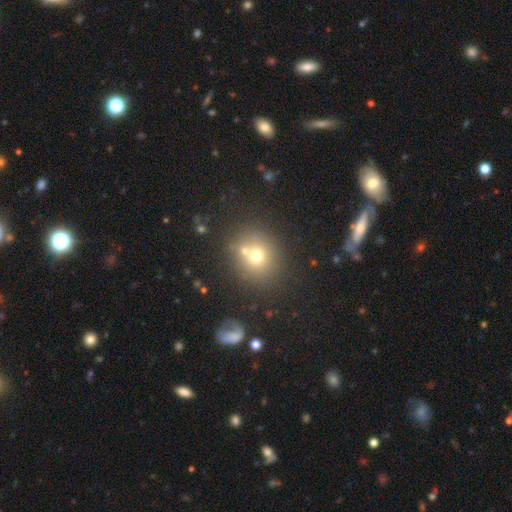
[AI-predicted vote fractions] This is likely a smooth galaxy (66%). How rounded: clearly round (83%). Merging: possibly none (58%).